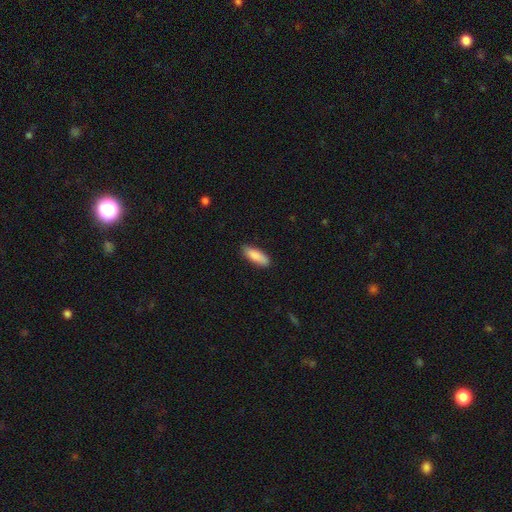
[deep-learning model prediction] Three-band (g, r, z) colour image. It shows a smooth galaxy with no disk features (87%) that is in between round and cigar-shaped (60%). Merging: none (85%).